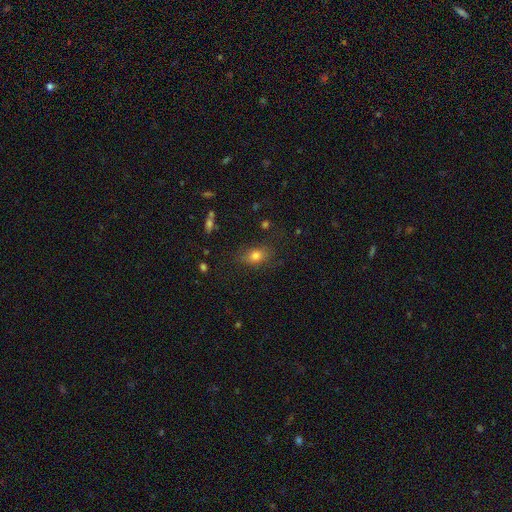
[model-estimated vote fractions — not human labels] Smooth or featured?
  - smooth: 77% *
  - star or artifact: 12%
  - featured or disk: 11%
How rounded?
  - in between: 72% *
  - round: 24%
  - cigar-shaped: 4%
Merging?
  - none: 72% *
  - minor disturbance: 19%
  - major disturbance: 7%
  - merger: 2%